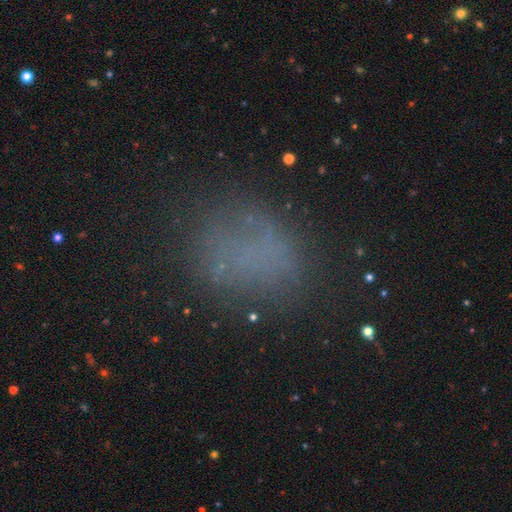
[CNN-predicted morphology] Q: Smooth or featured?
A: smooth (57%); runner-up: star or artifact (24%)
Q: How rounded?
A: in between (53%); runner-up: round (45%)
Q: Merging?
A: none (68%); runner-up: minor disturbance (17%)